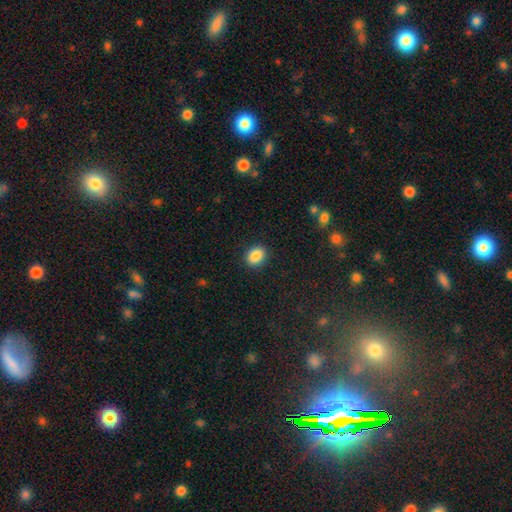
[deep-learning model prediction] smooth 87%, star or artifact 9%, featured or disk 4%. Down the decision tree: how rounded — in between (55%); merging — none (90%).